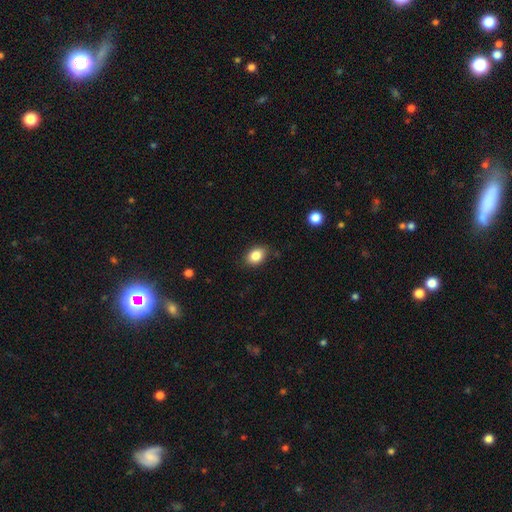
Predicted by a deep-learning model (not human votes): Morphology: type=smooth (84%); roundness=in between (74%); merging=none (84%).